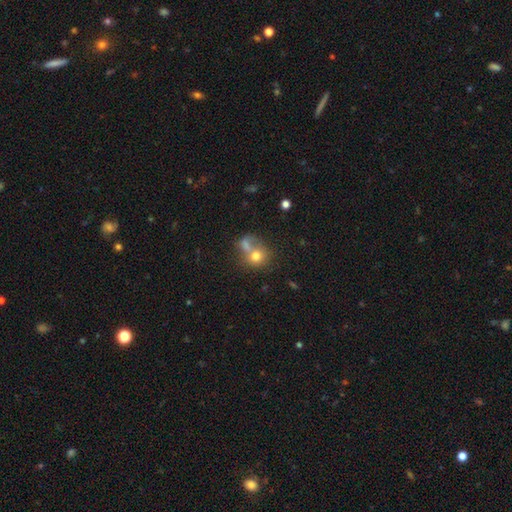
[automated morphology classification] Smooth or featured: smooth — 74% (featured or disk — 16%)
How rounded: round — 71% (in between — 28%)
Merging: merger — 51% (none — 31%)